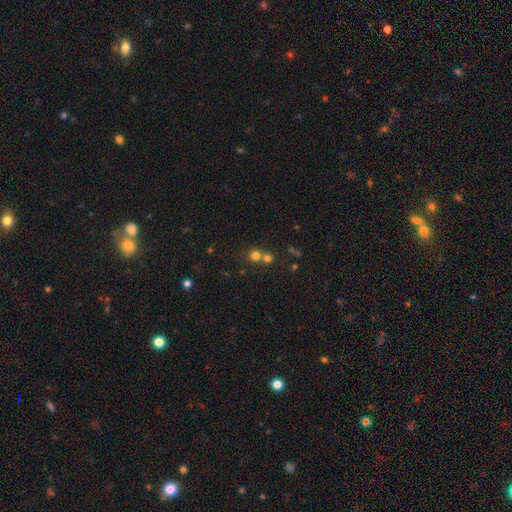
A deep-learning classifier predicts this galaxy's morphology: This appears to be a smooth galaxy with no disk features (70%) that is round (88%). Merging: none (50%).